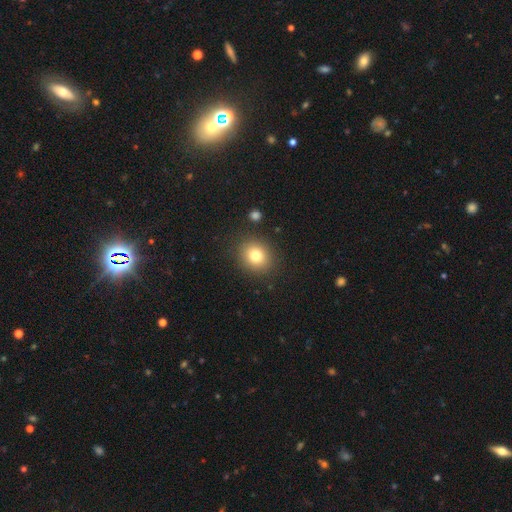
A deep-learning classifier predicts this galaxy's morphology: A smooth galaxy with no disk features (78%) that is round (76%). Merging: none (88%).